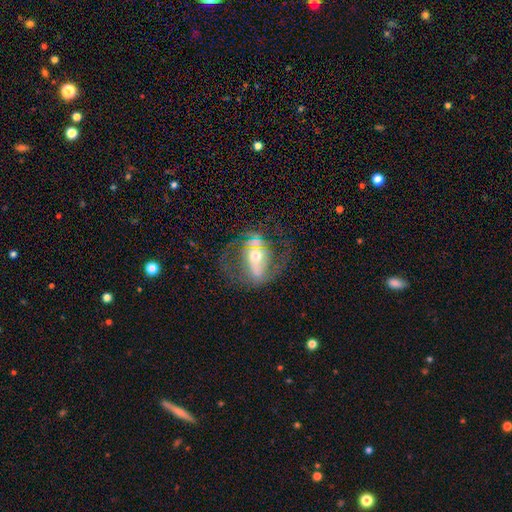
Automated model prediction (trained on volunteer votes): The model was most divided on "bar": strong: 47%, weak: 29%, no: 24%. Remaining: edge-on disk — no (93%); spiral arm count — 2 (82%); spiral arms — yes (81%); smooth or featured — featured or disk (80%); bulge size — moderate (63%); merging — none (62%); spiral winding — medium (49%).